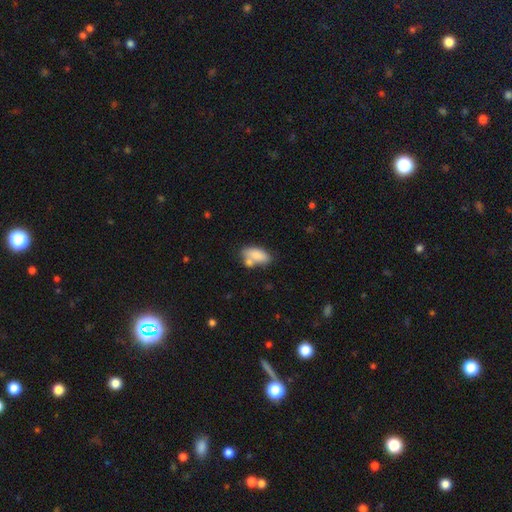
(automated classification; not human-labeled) Smooth or featured? Predicted: smooth (p=0.81). How rounded? Predicted: in between (p=0.88). Merging? Predicted: none (p=0.50).